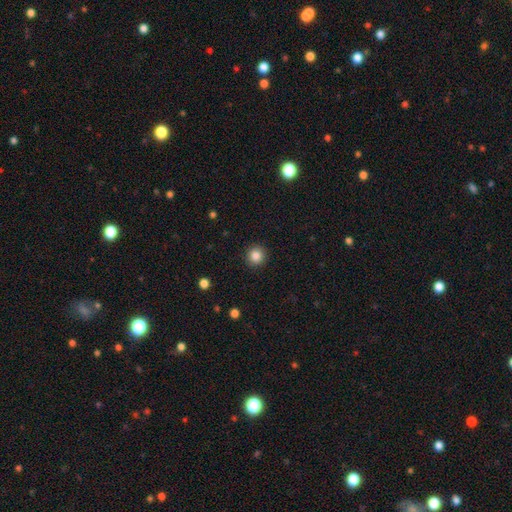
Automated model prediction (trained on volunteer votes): Morphology: type=smooth (84%); roundness=round (94%); merging=none (92%).